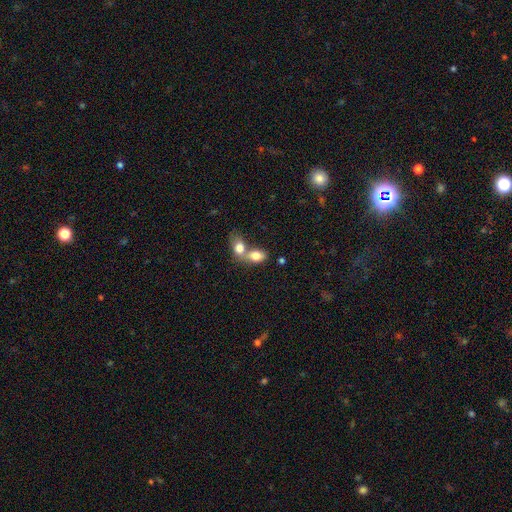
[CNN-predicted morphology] smooth_or_featured: smooth (p=0.79) [alt: featured or disk p=0.13]
how_rounded: in between (p=0.80) [alt: round p=0.18]
merging: merger (p=0.69) [alt: none p=0.21]